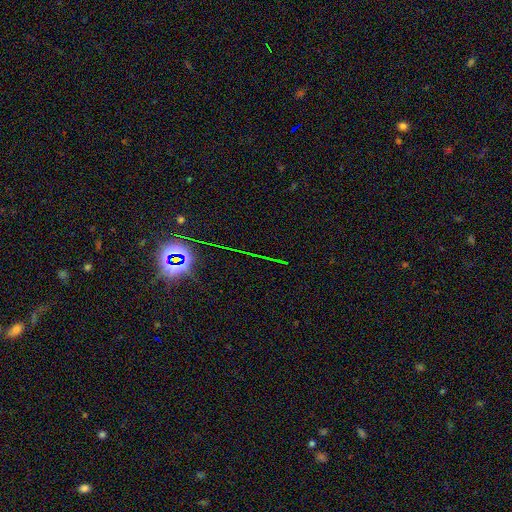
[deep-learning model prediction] A star or artifact, not a galaxy (83%).